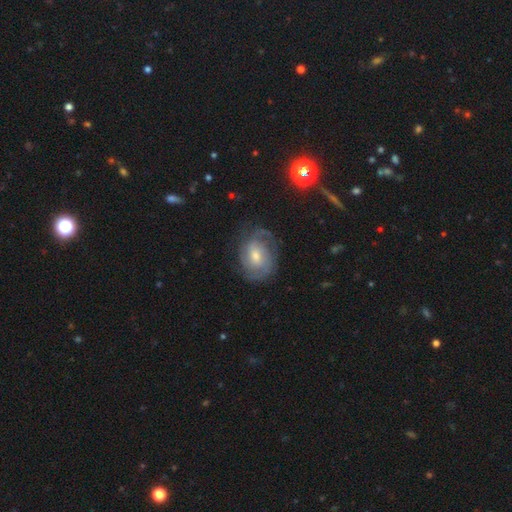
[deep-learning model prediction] Overall: featured or disk (78%). Edge-on disk: no (97%). Bar: no (48%; weak 43%). Spiral arms: yes (93%). Spiral arm count: 2 (40%; can't tell 29%). Spiral winding: tight (54%; medium 36%). Bulge size: moderate (55%; small 38%). Merging: none (71%).